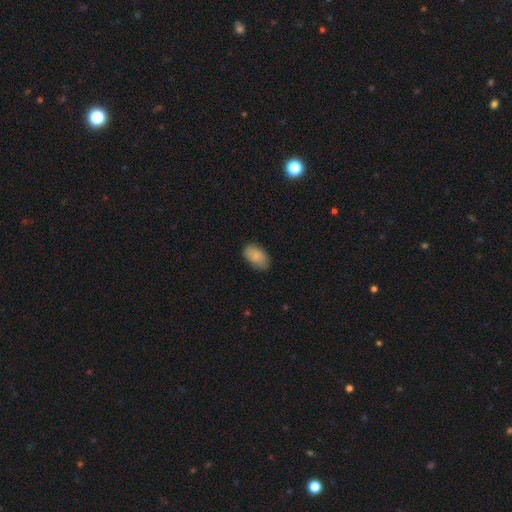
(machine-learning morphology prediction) type=smooth (85%); roundness=in between (93%); merging=none (81%).